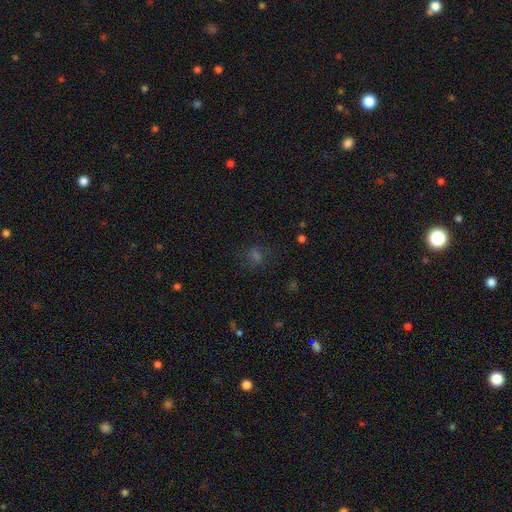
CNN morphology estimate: The model was most divided on "smooth or featured": smooth: 48%, star or artifact: 37%, featured or disk: 15%. More confident: merging — none (75%).